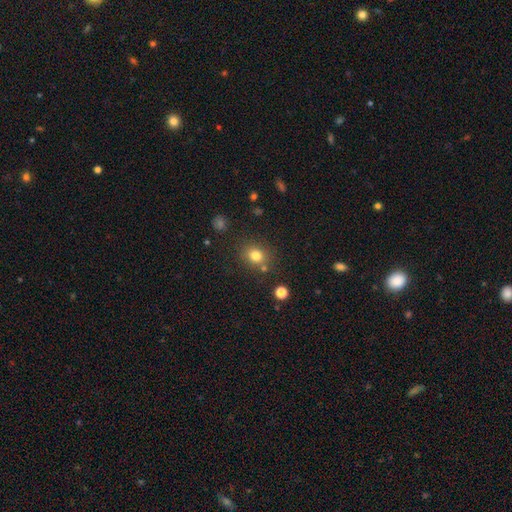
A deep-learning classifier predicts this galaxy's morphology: Smooth or featured? Predicted: smooth (p=0.79). How rounded? Predicted: round (p=0.67). Merging? Predicted: none (p=0.76).